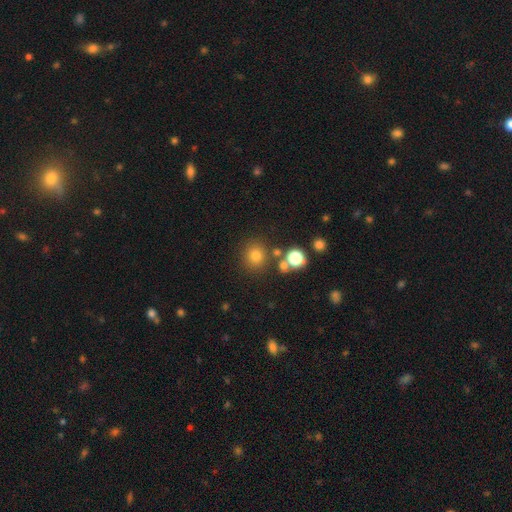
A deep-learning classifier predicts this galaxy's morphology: Q: Smooth or featured?
A: smooth (76%); runner-up: star or artifact (17%)
Q: How rounded?
A: round (90%); runner-up: in between (9%)
Q: Merging?
A: none (79%); runner-up: merger (10%)